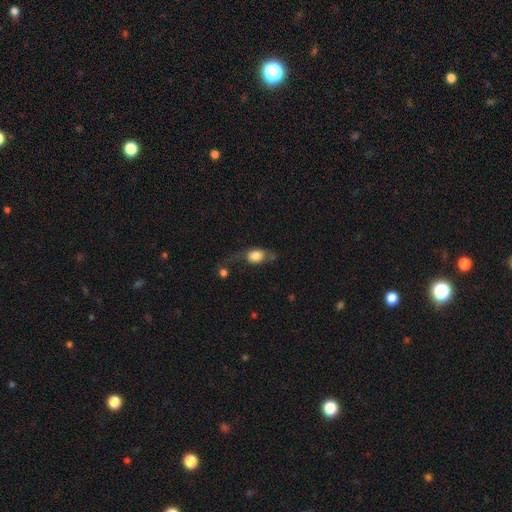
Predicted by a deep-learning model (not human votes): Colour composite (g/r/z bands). It shows a smooth galaxy with no disk features (71%) that is in between round and cigar-shaped (65%). Merging: none (36%).